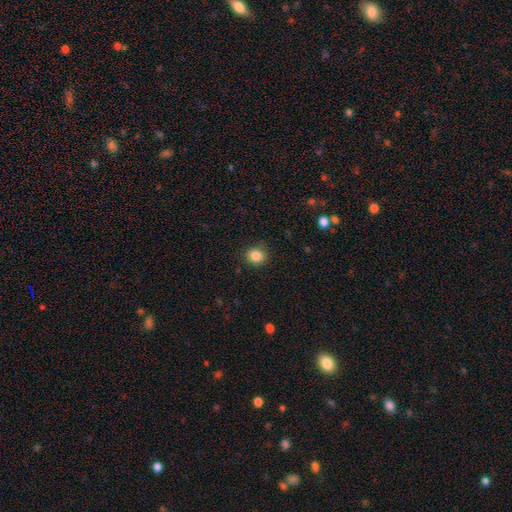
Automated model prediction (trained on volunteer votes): Morphology: type=smooth (85%); roundness=round (81%); merging=none (88%).